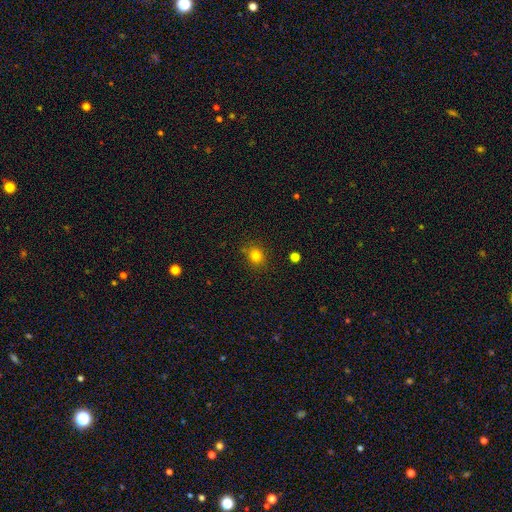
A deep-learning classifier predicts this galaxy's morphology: type=smooth (81%); roundness=round (71%); merging=none (83%).